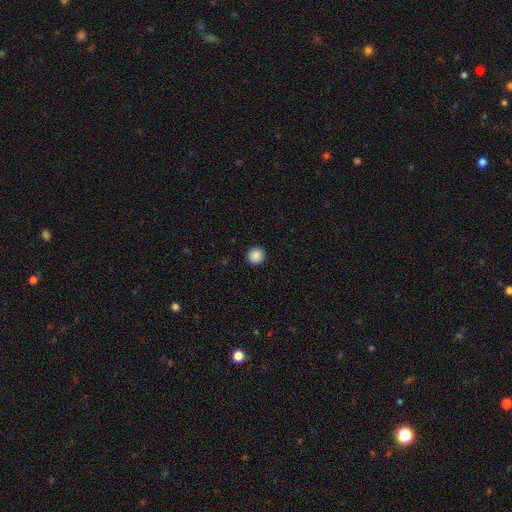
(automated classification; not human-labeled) This appears to be a smooth galaxy with no disk features (89%) that is round (95%). Merging: none (94%).